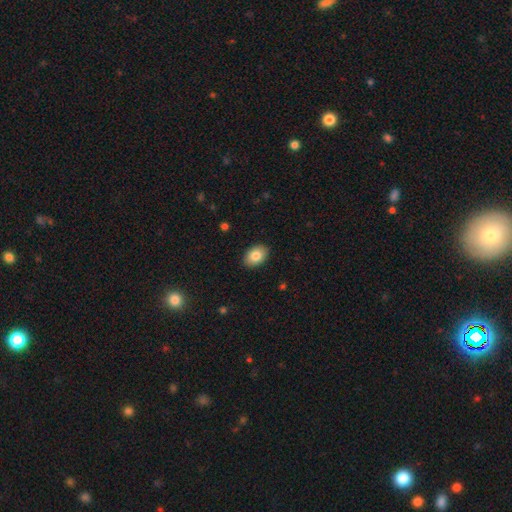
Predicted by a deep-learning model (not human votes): A smooth galaxy with no disk features (83%) that is in between round and cigar-shaped (85%). Merging: none (89%).